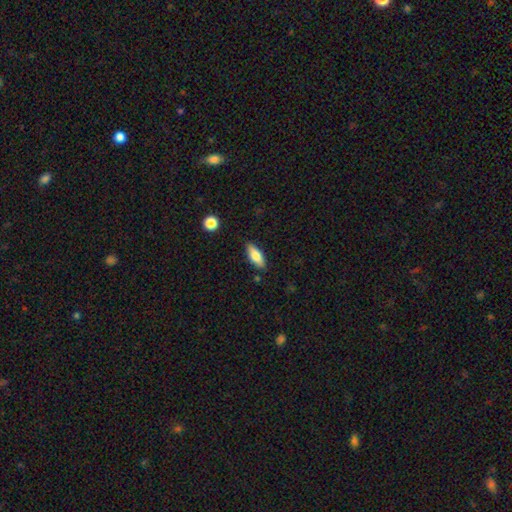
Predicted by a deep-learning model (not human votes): A smooth galaxy with no disk features (75%) that is in between round and cigar-shaped (74%). Merging: none (84%).